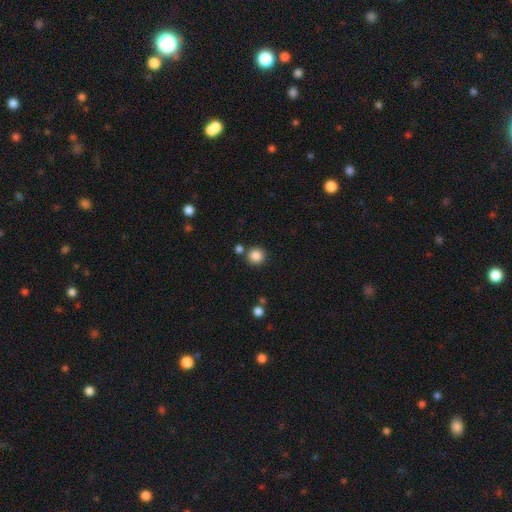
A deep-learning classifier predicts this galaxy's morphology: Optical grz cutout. It shows a smooth galaxy with no disk features (86%) that is round (93%). Merging: none (80%).